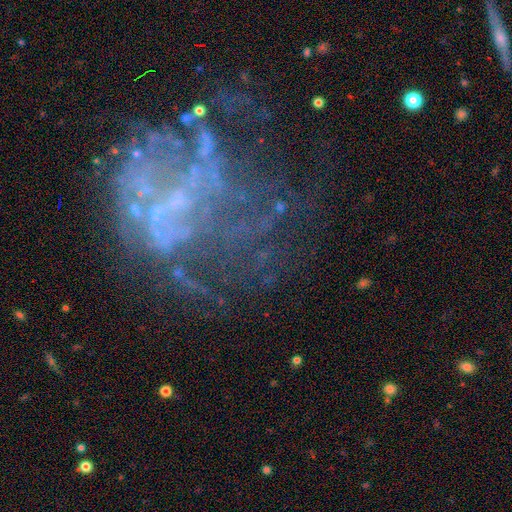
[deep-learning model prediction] This appears to be a featured or disk galaxy (67%) with no bar (86%), no spiral arms (80%) and no central bulge (64%). Merging: major disturbance (40%).